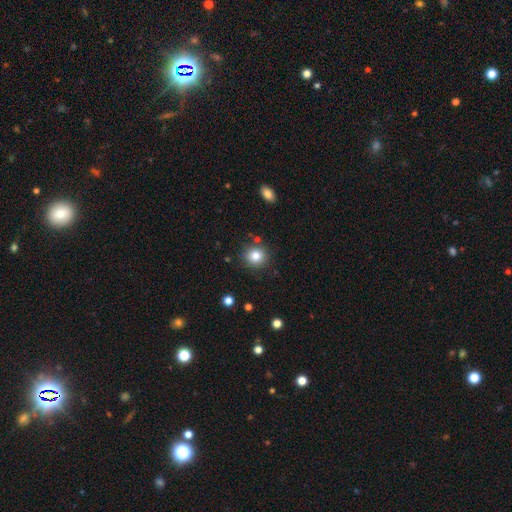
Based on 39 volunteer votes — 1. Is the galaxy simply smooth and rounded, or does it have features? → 79% smooth, 10% featured or disk, 10% star or artifact.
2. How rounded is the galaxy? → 87% round, 13% in between, 0% cigar-shaped.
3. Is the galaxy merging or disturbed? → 80% none, 11% merger, 9% major disturbance, 0% minor disturbance.